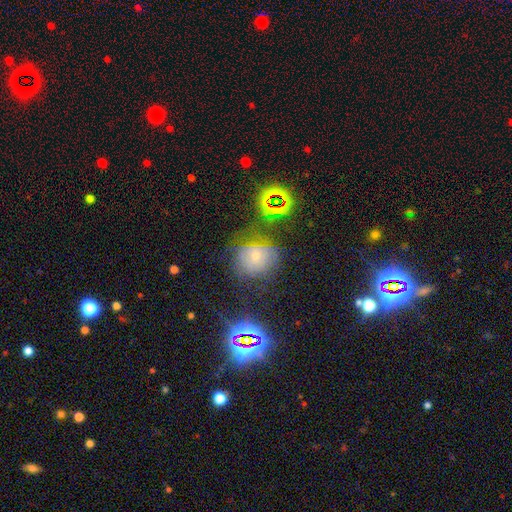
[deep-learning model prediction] This appears to be a smooth galaxy with no disk features (44%). Merging: none (58%).